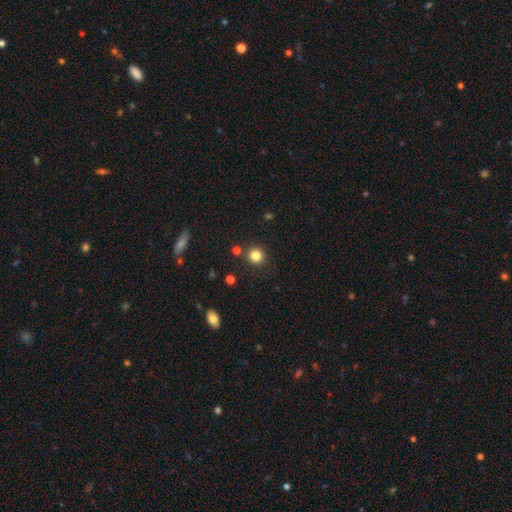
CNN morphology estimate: Overall: smooth (82%). How rounded: round (92%). Merging: none (85%).